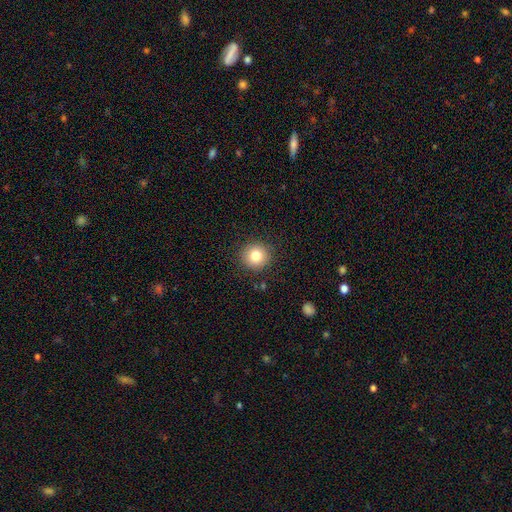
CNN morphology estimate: This appears to be a smooth galaxy with no disk features (82%) that is round (93%). Merging: none (89%).